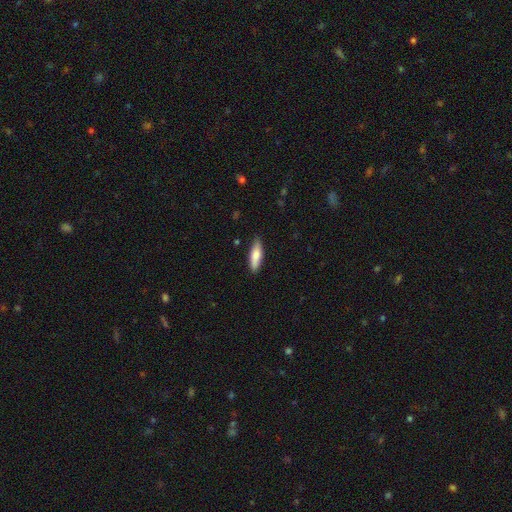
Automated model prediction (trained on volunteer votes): smooth_or_featured: smooth (p=0.77) [alt: featured or disk p=0.17]
how_rounded: cigar-shaped (p=0.58) [alt: in between p=0.40]
merging: none (p=0.84) [alt: minor disturbance p=0.12]